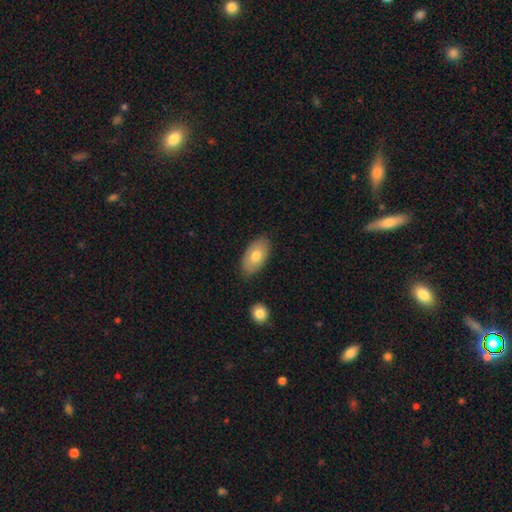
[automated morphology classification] Smooth or featured: smooth — 74% (featured or disk — 20%)
How rounded: in between — 94% (round — 4%)
Merging: none — 82% (minor disturbance — 13%)